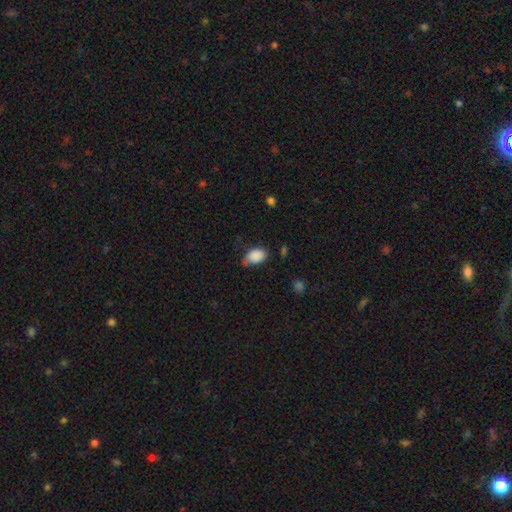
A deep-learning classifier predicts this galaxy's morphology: smooth 86%, star or artifact 7%, featured or disk 7%. Down the decision tree: how rounded — in between (88%); merging — none (49%).